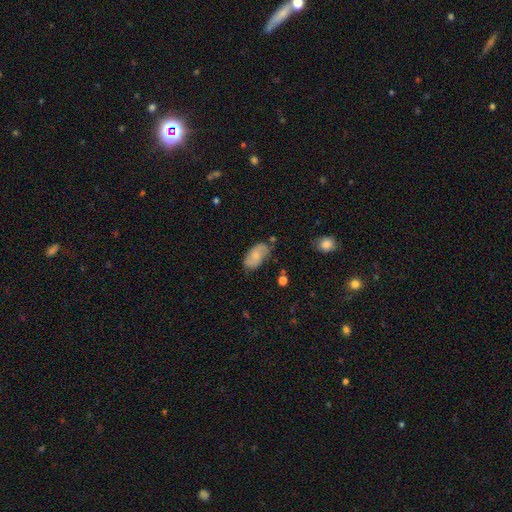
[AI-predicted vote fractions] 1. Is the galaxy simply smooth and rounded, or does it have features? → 61% smooth, 31% featured or disk, 7% star or artifact.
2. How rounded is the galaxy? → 93% in between, 4% round, 3% cigar-shaped.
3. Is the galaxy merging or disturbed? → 68% none, 24% minor disturbance, 5% major disturbance, 3% merger.